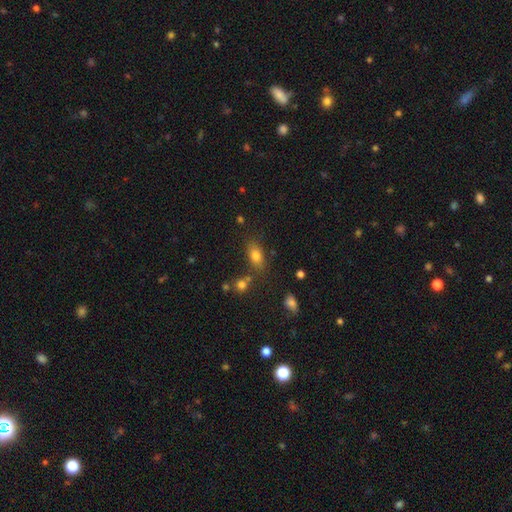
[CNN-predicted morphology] Overall: smooth (79%). How rounded: in between (83%). Merging: none (73%).